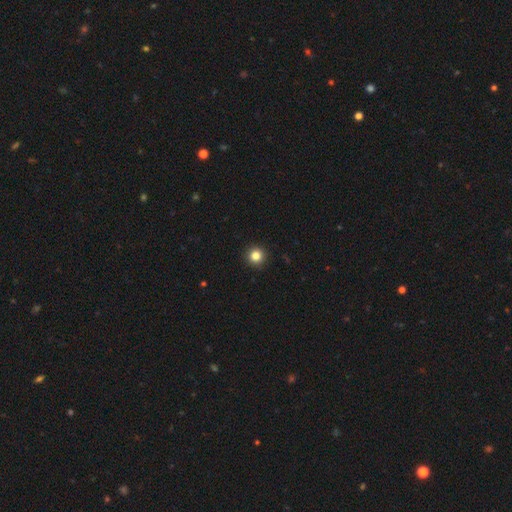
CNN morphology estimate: Smooth or featured: smooth — 84% (star or artifact — 12%)
How rounded: round — 96% (in between — 3%)
Merging: none — 93% (minor disturbance — 4%)